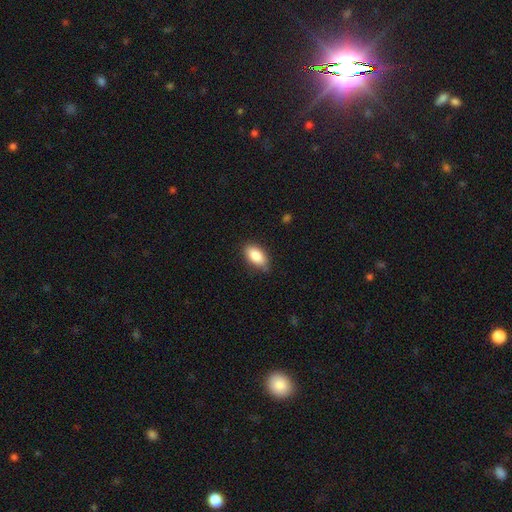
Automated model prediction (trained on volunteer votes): This appears to be a smooth galaxy with no disk features (86%) that is in between round and cigar-shaped (92%). Merging: none (82%).